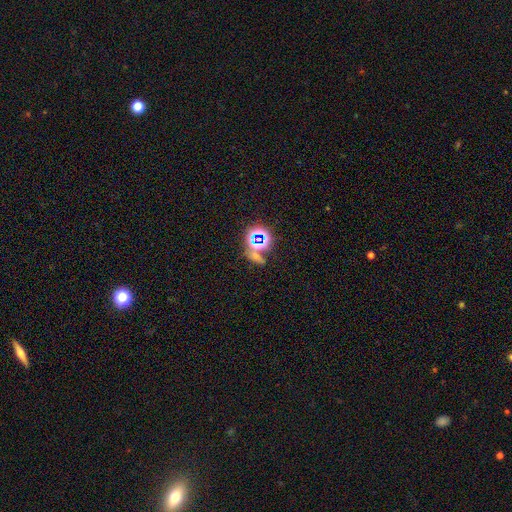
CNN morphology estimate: Q: Smooth or featured?
A: star or artifact (69%); runner-up: smooth (20%)